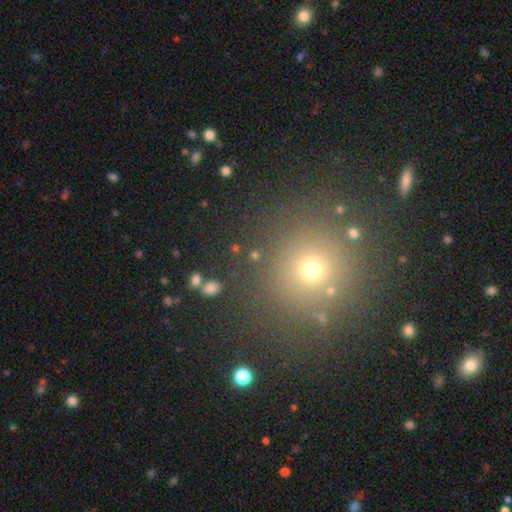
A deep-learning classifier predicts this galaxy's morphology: Overall: smooth (63%; star or artifact 29%). How rounded: round (86%). Merging: none (84%).